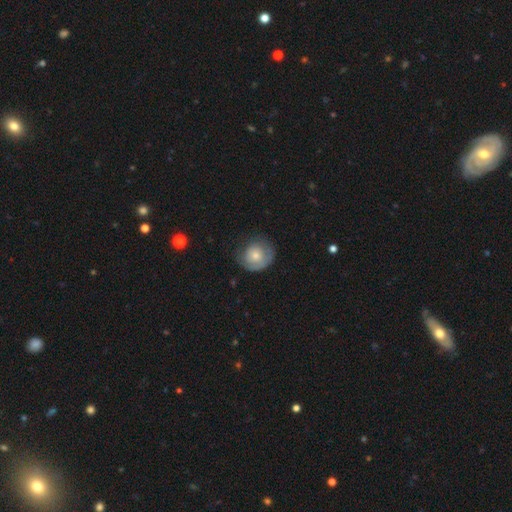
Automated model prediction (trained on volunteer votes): Morphology: type=smooth (61%); roundness=round (81%); merging=none (59%).